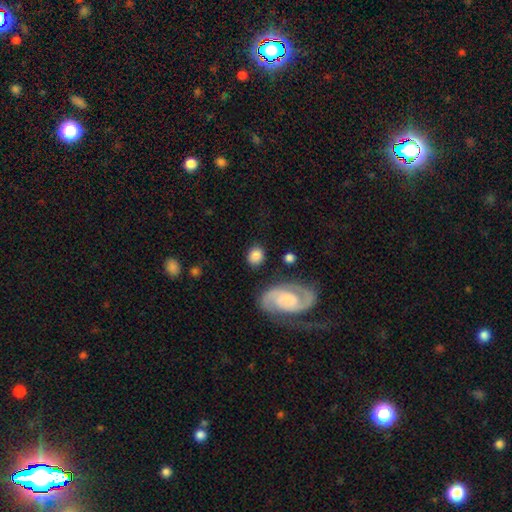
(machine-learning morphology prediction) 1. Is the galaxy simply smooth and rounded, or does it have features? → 74% smooth, 19% featured or disk, 8% star or artifact.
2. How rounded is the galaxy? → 62% round, 36% in between, 2% cigar-shaped.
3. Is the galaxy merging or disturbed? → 79% none, 12% minor disturbance, 5% major disturbance, 4% merger.